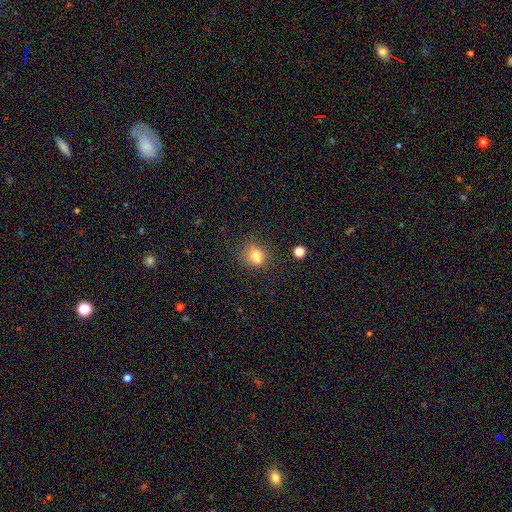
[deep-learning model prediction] Smooth or featured: smooth — 72% (star or artifact — 16%)
How rounded: round — 72% (in between — 27%)
Merging: none — 59% (minor disturbance — 17%)